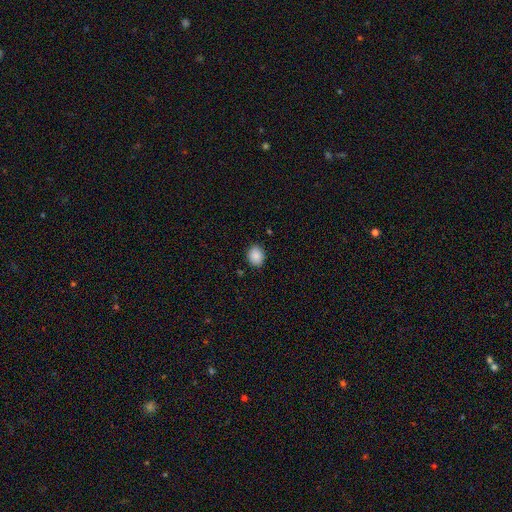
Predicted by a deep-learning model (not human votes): This is clearly a smooth galaxy (88%). How rounded: possibly round (56%). Merging: clearly none (87%).